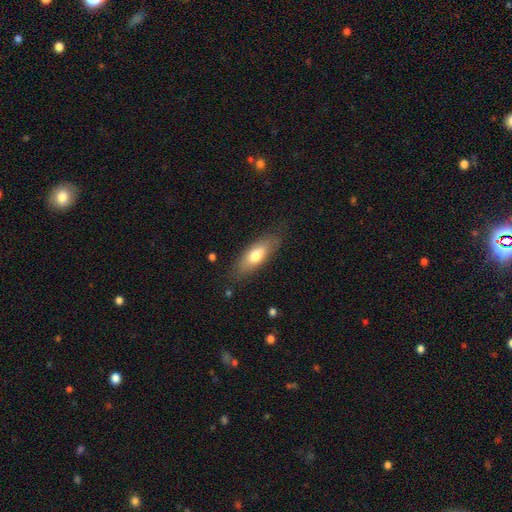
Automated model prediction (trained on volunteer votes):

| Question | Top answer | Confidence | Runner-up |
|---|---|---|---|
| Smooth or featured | smooth | 68% | featured or disk (26%) |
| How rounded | in between | 69% | cigar-shaped (29%) |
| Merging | none | 79% | minor disturbance (16%) |